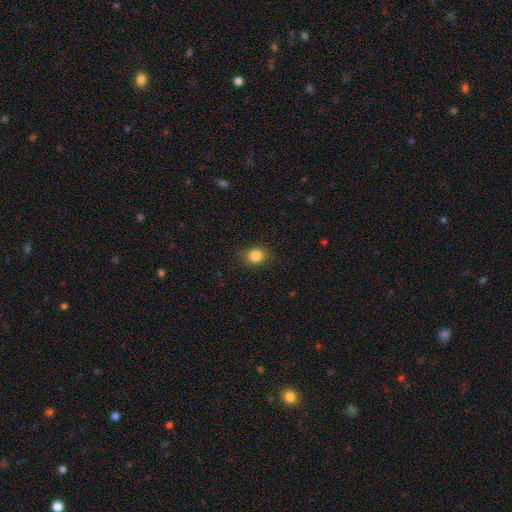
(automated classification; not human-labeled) This is clearly a smooth galaxy (85%). How rounded: likely round (65%). Merging: clearly none (87%).